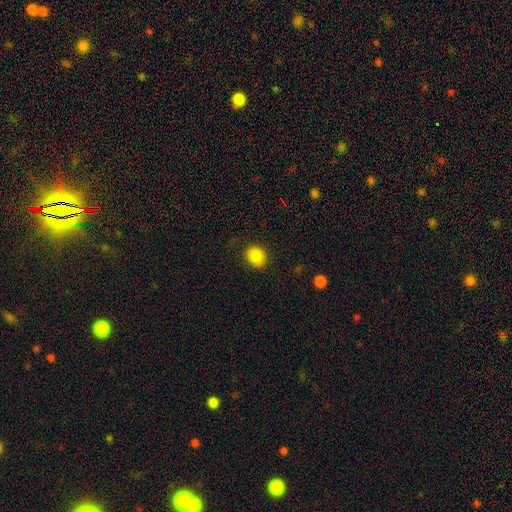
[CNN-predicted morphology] Q: Smooth or featured?
A: smooth (86%); runner-up: star or artifact (10%)
Q: How rounded?
A: round (68%); runner-up: in between (31%)
Q: Merging?
A: none (84%); runner-up: minor disturbance (11%)